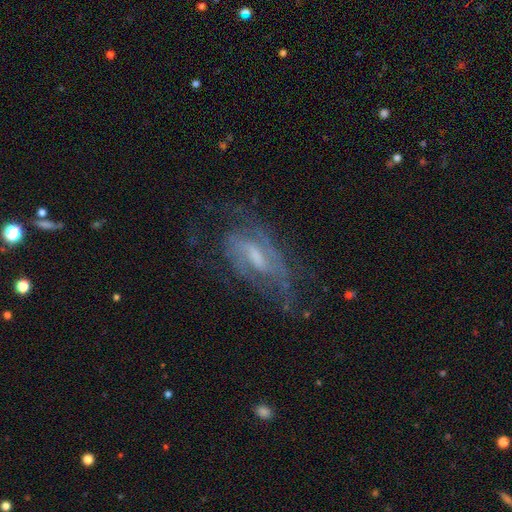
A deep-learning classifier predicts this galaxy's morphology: Smooth or featured?
  - featured or disk: 78% *
  - smooth: 14%
  - star or artifact: 8%
Edge-on disk?
  - no: 89% *
  - yes: 11%
Bar?
  - weak: 50% *
  - no: 29%
  - strong: 21%
Spiral arms?
  - yes: 85% *
  - no: 15%
Spiral winding?
  - medium: 46% *
  - tight: 34%
  - loose: 20%
Spiral arm count?
  - 2: 49% *
  - can't tell: 31%
  - 3: 8%
  - 1: 6%
  - 4: 3%
  - more than 4: 2%
Bulge size?
  - moderate: 39% *
  - small: 37%
  - none: 17%
  - large: 6%
  - dominant: 1%
Merging?
  - none: 57% *
  - minor disturbance: 21%
  - major disturbance: 20%
  - merger: 2%